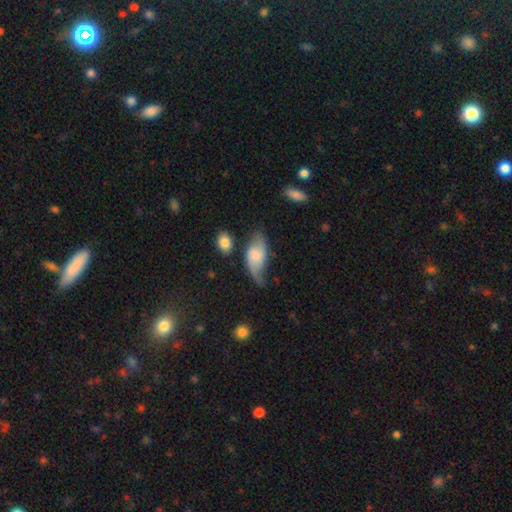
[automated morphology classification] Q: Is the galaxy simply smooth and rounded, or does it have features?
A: featured or disk — 48%.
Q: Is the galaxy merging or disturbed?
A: none — 47%.